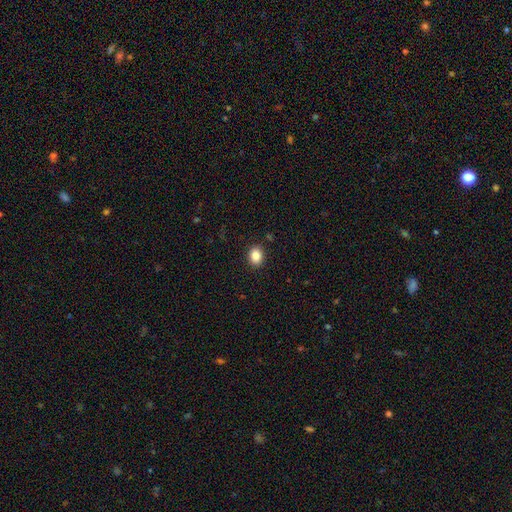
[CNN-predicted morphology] Q: Smooth or featured?
A: smooth (86%); runner-up: star or artifact (9%)
Q: How rounded?
A: in between (57%); runner-up: round (42%)
Q: Merging?
A: none (89%); runner-up: minor disturbance (8%)